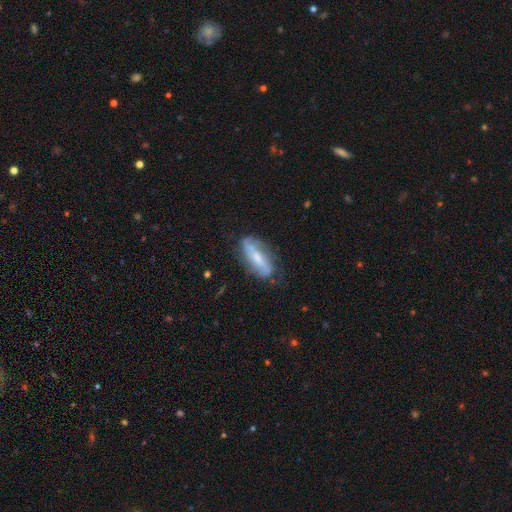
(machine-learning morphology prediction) Overall: featured or disk (67%). Edge-on disk: no (84%). Bar: weak (36%; strong 35%). Spiral arms: yes (84%). Bulge size: small (48%; moderate 41%). Merging: none (72%).